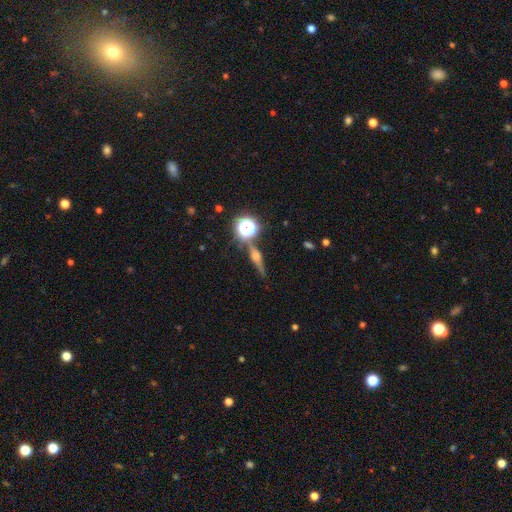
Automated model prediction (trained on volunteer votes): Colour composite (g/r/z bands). It shows a featured or disk galaxy (58%) viewed edge-on (93%) with a rounded central bulge (88%). Merging: none (79%).